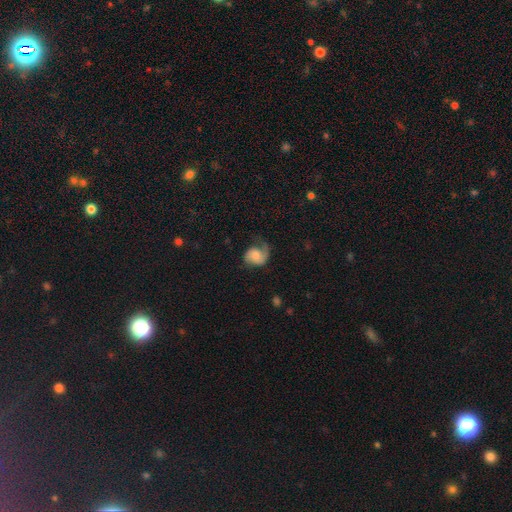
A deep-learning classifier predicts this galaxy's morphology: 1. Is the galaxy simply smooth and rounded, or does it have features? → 57% featured or disk, 35% smooth, 8% star or artifact.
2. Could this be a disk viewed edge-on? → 97% no, 3% yes.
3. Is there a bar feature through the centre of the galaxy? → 68% no, 27% weak, 5% strong.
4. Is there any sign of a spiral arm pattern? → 90% yes, 10% no.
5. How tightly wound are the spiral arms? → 39% medium, 38% loose, 23% tight.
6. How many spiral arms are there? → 48% 2, 44% 1, 6% can't tell, 1% 3, 1% 4, 1% more than 4.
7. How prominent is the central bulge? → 42% moderate, 32% small, 13% large, 11% none, 3% dominant.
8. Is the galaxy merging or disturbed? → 45% none, 27% minor disturbance, 26% major disturbance, 2% merger.